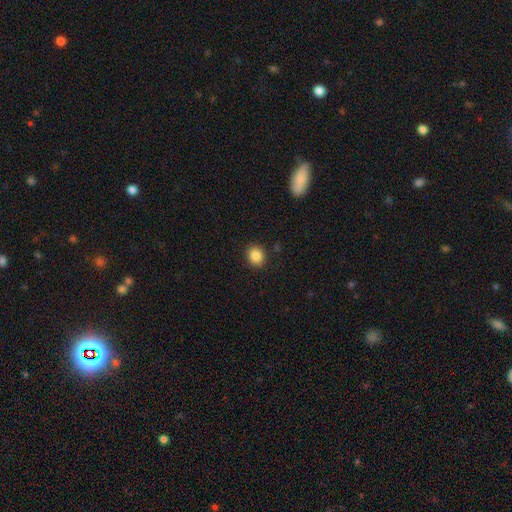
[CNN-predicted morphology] A smooth galaxy with no disk features (86%) that is round (71%). Merging: none (90%).